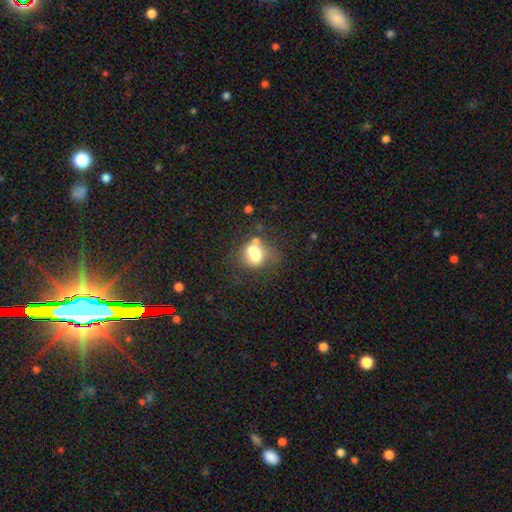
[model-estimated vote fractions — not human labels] A smooth galaxy with no disk features (64%) that is round (53%). Merging: merger (39%).